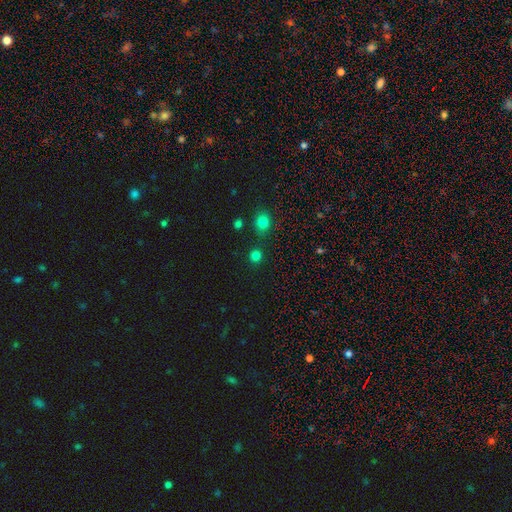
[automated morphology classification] This is likely a smooth galaxy (79%). How rounded: clearly round (90%). Merging: clearly none (84%).